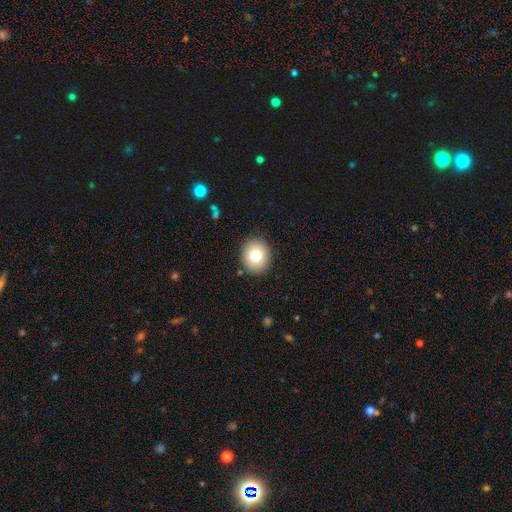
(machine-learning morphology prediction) Smooth or featured?
  - smooth: 76% *
  - featured or disk: 13%
  - star or artifact: 10%
How rounded?
  - round: 77% *
  - in between: 22%
  - cigar-shaped: 1%
Merging?
  - none: 89% *
  - minor disturbance: 7%
  - major disturbance: 2%
  - merger: 1%